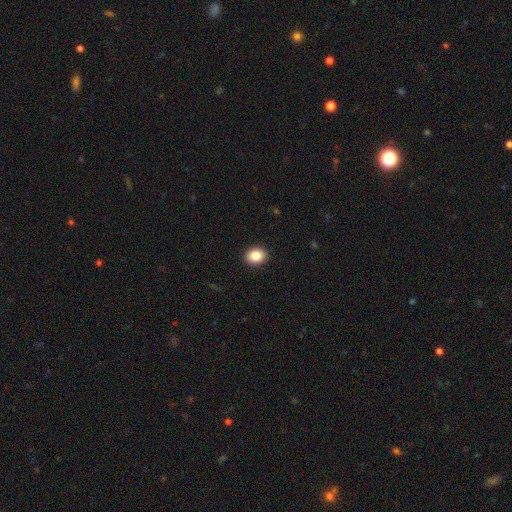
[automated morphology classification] Smooth or featured: smooth — 87% (star or artifact — 9%)
How rounded: in between — 52% (round — 47%)
Merging: none — 92% (minor disturbance — 6%)